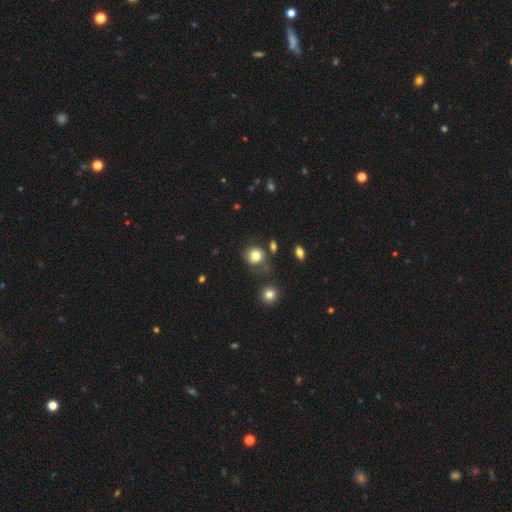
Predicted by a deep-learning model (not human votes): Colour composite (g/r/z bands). It shows a smooth galaxy with no disk features (80%) that is round (81%). Merging: none (70%).